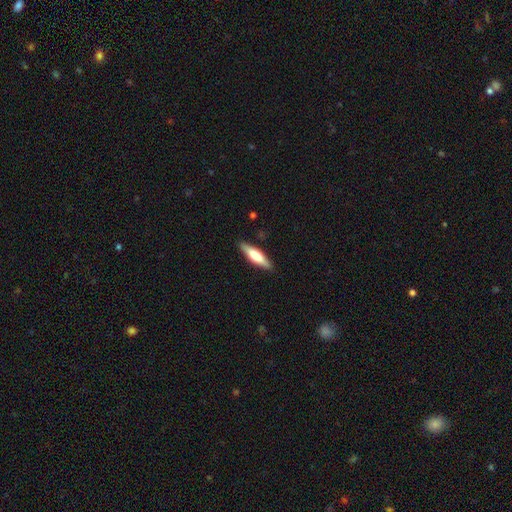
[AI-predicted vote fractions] Smooth or featured? Predicted: smooth (p=0.60). How rounded? Predicted: cigar-shaped (p=0.71). Merging? Predicted: none (p=0.88).